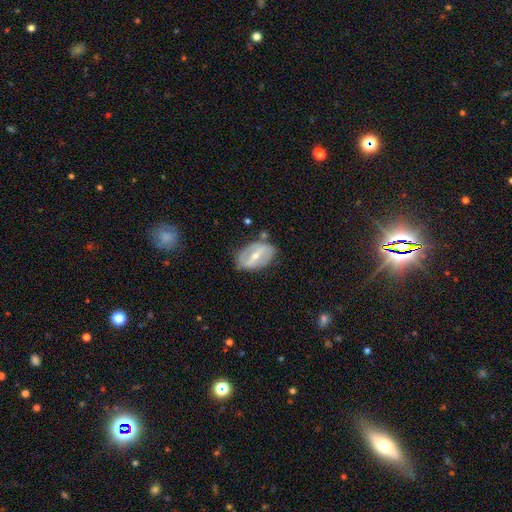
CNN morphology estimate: The model was most divided on "bulge size": small: 50%, moderate: 46%, large: 2%, none: 2%, dominant: 1%. More confident: edge-on disk — no (90%); merging — none (73%); smooth or featured — featured or disk (70%); bar — strong (69%); spiral arms — no (57%).